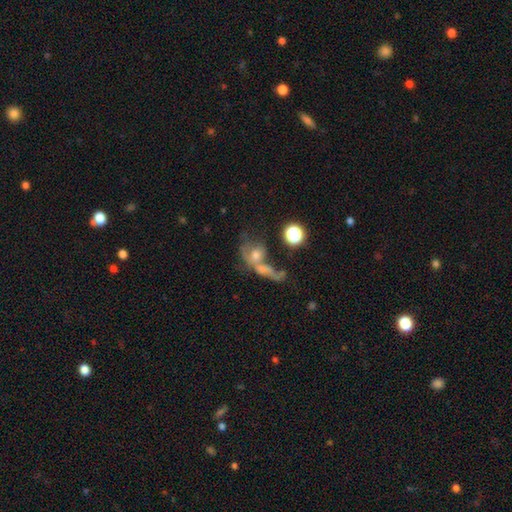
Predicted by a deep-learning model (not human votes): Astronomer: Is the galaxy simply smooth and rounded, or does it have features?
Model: smooth — 37% (runner-up: star or artifact, 33%).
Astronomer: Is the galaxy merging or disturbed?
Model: merger — 35% (runner-up: none, 34%).